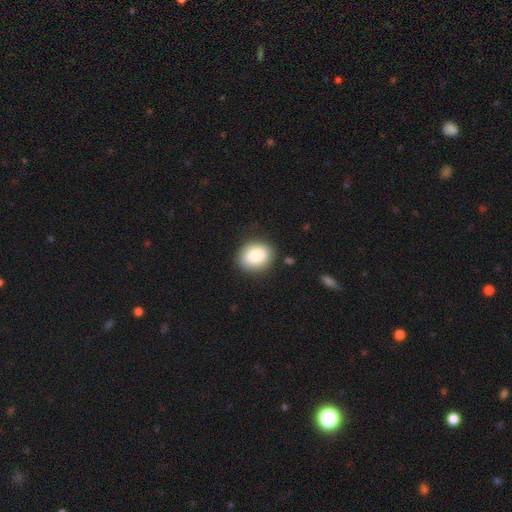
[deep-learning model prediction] This is clearly a smooth galaxy (86%). How rounded: possibly round (52%). Merging: clearly none (85%).